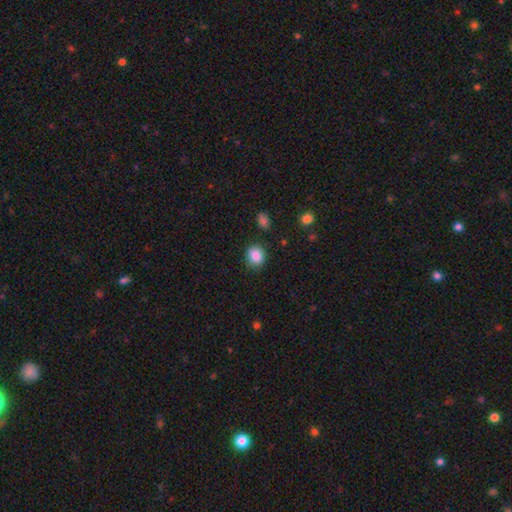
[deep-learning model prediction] smooth-or-featured: smooth: 86% | star or artifact: 9% | featured or disk: 5%
  how-rounded: round: 73% | in between: 26% | cigar-shaped: 1%
  merging: none: 85% | minor disturbance: 10% | major disturbance: 2% | merger: 2%